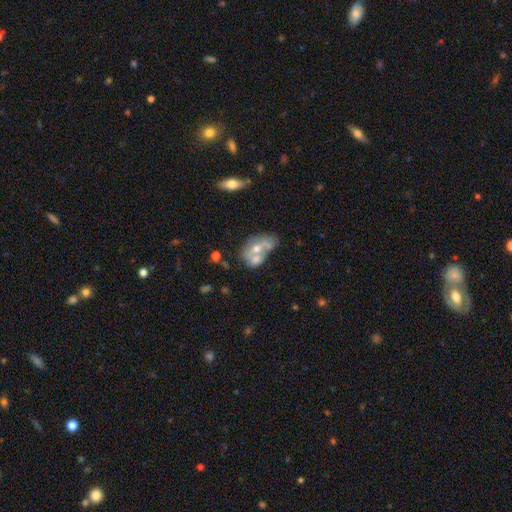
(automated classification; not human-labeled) smooth-or-featured: featured or disk: 46% | smooth: 45% | star or artifact: 9%
  merging: merger: 62% | none: 18% | minor disturbance: 11% | major disturbance: 9%